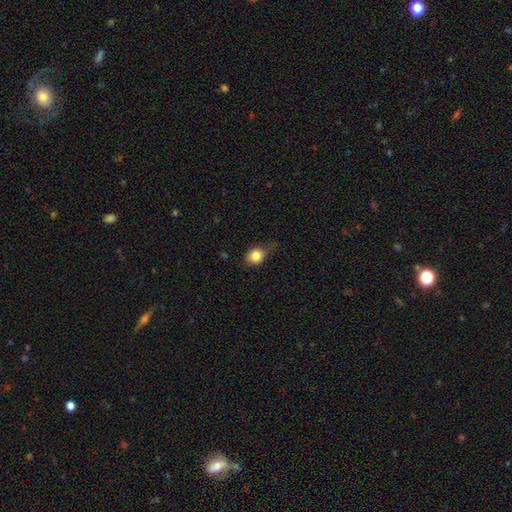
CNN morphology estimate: Overall: smooth (82%). How rounded: round (64%; in between 35%). Merging: none (49%; minor disturbance 35%).